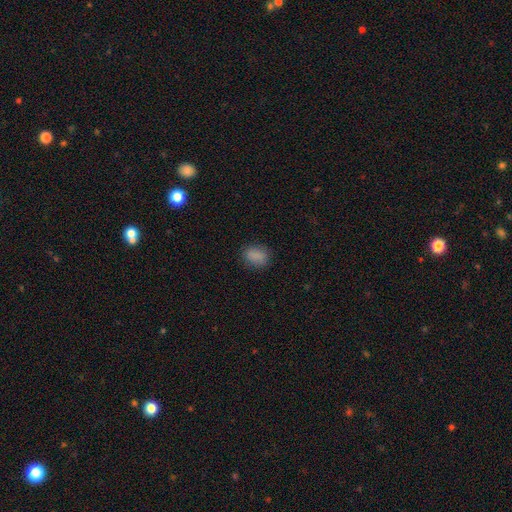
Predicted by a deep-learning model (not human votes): Smooth or featured: smooth — 85% (star or artifact — 10%)
How rounded: in between — 65% (round — 33%)
Merging: none — 82% (minor disturbance — 13%)